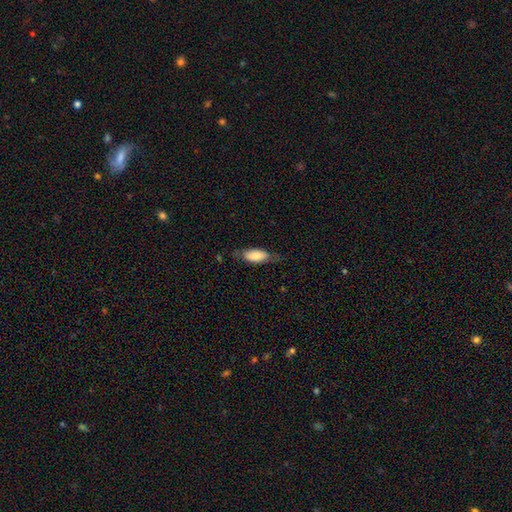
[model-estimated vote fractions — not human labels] Smooth or featured: smooth — 75% (featured or disk — 19%)
How rounded: in between — 80% (cigar-shaped — 18%)
Merging: none — 64% (minor disturbance — 25%)